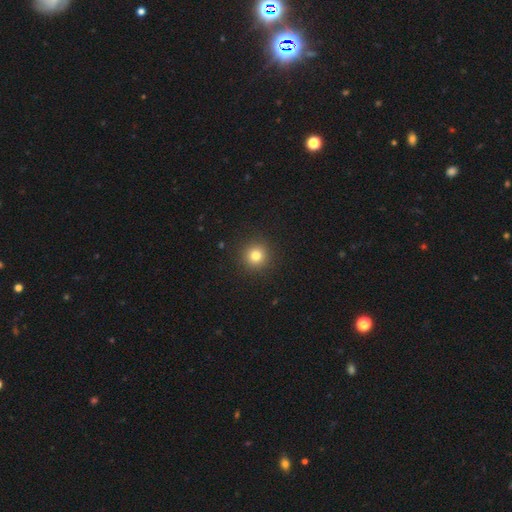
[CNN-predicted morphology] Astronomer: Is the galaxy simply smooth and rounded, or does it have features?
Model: smooth — 80%.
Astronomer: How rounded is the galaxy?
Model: round — 95%.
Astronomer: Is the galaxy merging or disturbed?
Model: none — 92%.